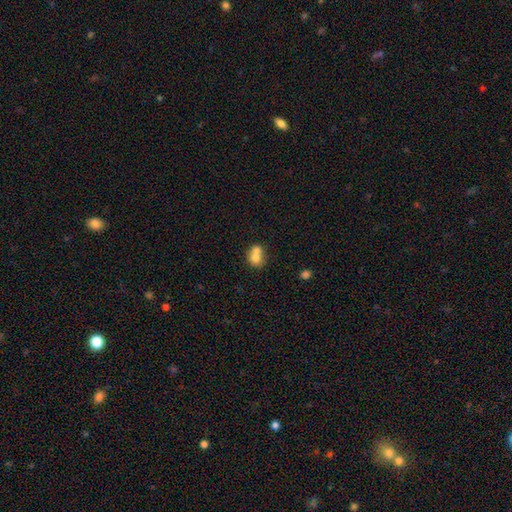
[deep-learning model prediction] Smooth or featured? Predicted: smooth (p=0.71). How rounded? Predicted: round (p=0.62). Merging? Predicted: merger (p=0.64).